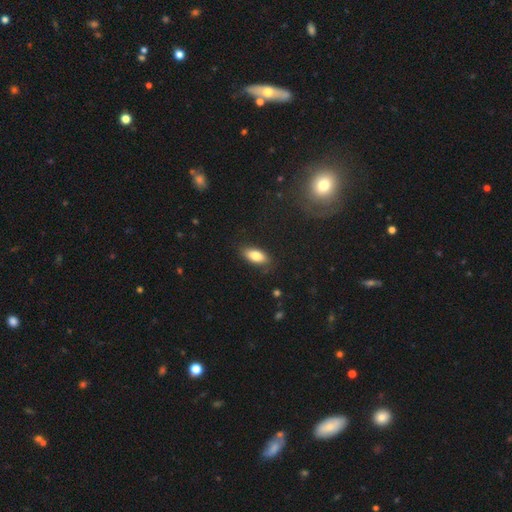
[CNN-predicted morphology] Smooth or featured?
  - smooth: 82% *
  - featured or disk: 11%
  - star or artifact: 7%
How rounded?
  - in between: 87% *
  - cigar-shaped: 10%
  - round: 3%
Merging?
  - none: 81% *
  - minor disturbance: 14%
  - major disturbance: 3%
  - merger: 1%